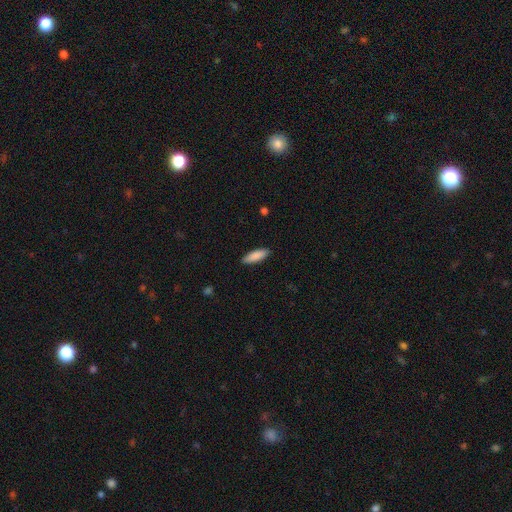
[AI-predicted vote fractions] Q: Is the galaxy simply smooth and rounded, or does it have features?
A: smooth — 88%.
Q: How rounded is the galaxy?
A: in between — 50%.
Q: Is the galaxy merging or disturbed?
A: none — 89%.